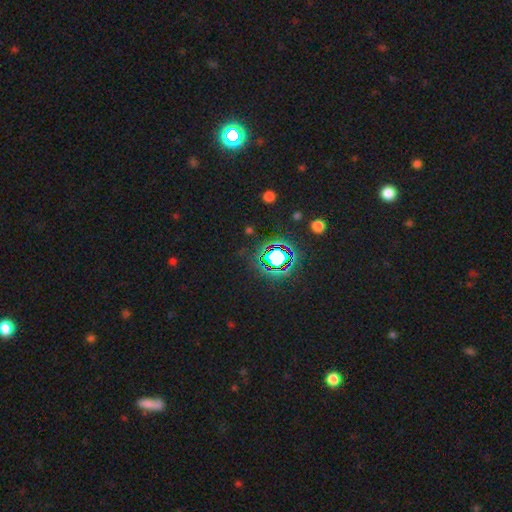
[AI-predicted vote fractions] This is clearly a star or artifact rather than a galaxy (81%).